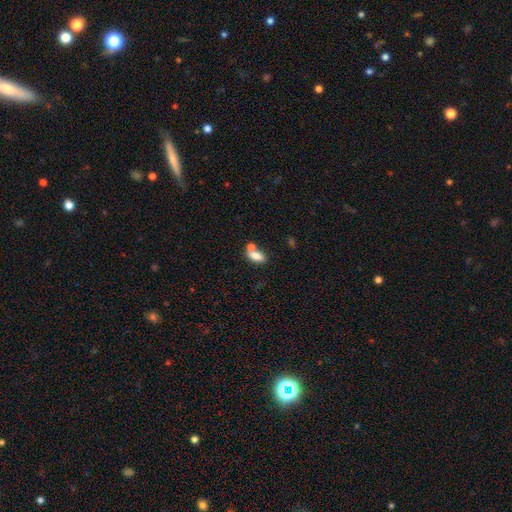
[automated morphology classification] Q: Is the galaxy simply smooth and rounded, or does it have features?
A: smooth — 80%.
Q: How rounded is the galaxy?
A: in between — 85%.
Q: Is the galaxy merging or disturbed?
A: none — 44%.